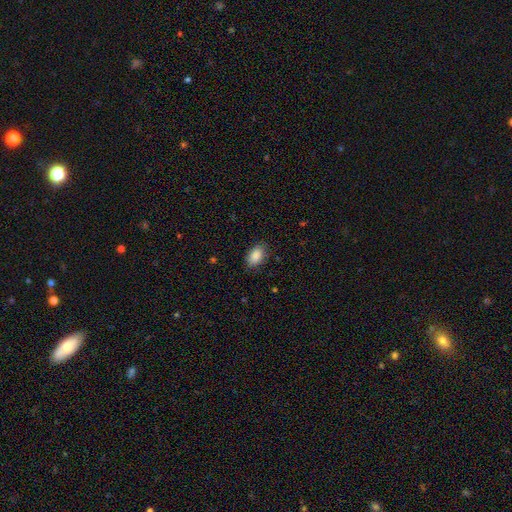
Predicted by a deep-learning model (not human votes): smooth 89%, star or artifact 7%, featured or disk 4%. Down the decision tree: how rounded — in between (91%); merging — none (82%).